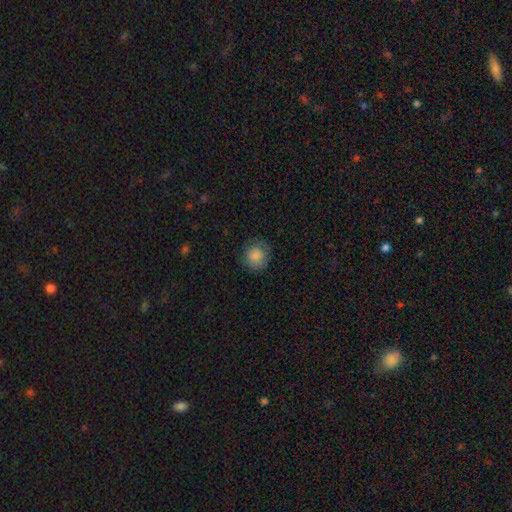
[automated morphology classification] Q: Smooth or featured?
A: smooth (84%); runner-up: star or artifact (8%)
Q: How rounded?
A: round (90%); runner-up: in between (9%)
Q: Merging?
A: none (80%); runner-up: minor disturbance (14%)